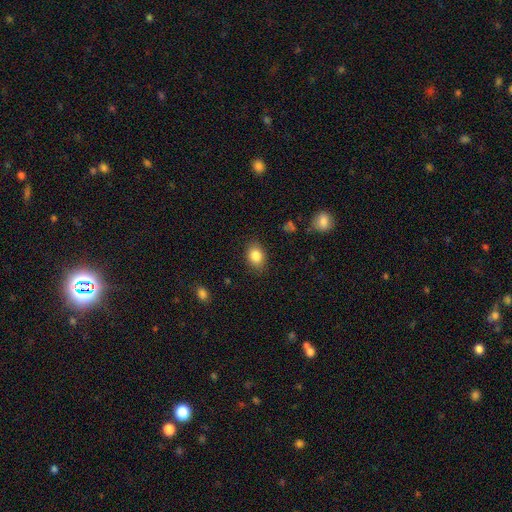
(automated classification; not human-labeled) Q: Smooth or featured?
A: smooth (85%); runner-up: star or artifact (9%)
Q: How rounded?
A: in between (70%); runner-up: round (29%)
Q: Merging?
A: none (85%); runner-up: minor disturbance (11%)